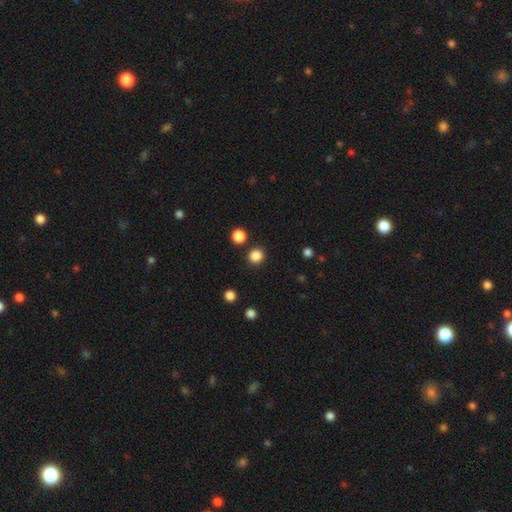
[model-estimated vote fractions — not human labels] Overall: smooth (85%). How rounded: round (92%). Merging: none (89%).